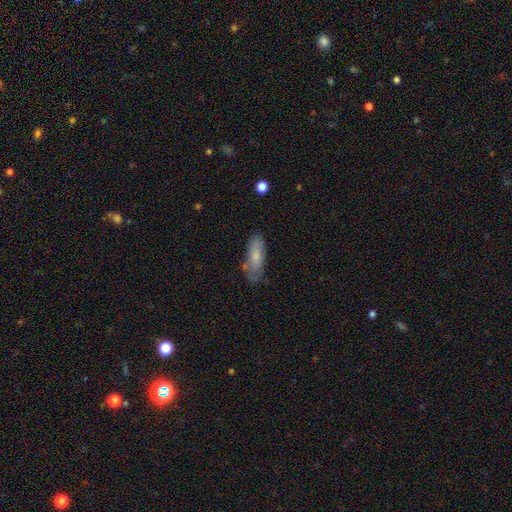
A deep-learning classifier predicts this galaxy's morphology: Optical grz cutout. It shows a smooth galaxy with no disk features (70%) that is in between round and cigar-shaped (64%). Merging: none (67%).